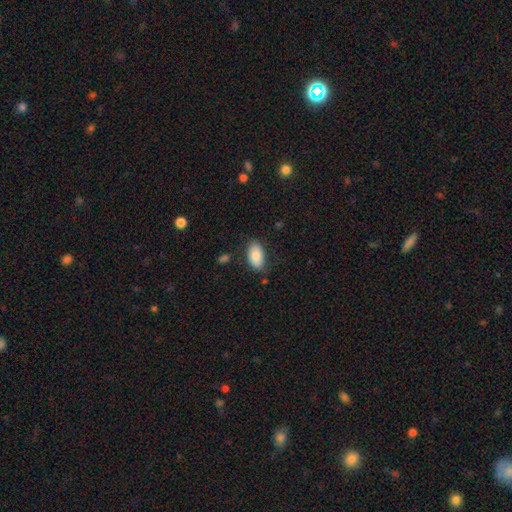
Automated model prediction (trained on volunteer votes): The model was most divided on "merging": none: 78%, minor disturbance: 16%, major disturbance: 4%, merger: 2%. More confident: how rounded — in between (93%); smooth or featured — smooth (81%).